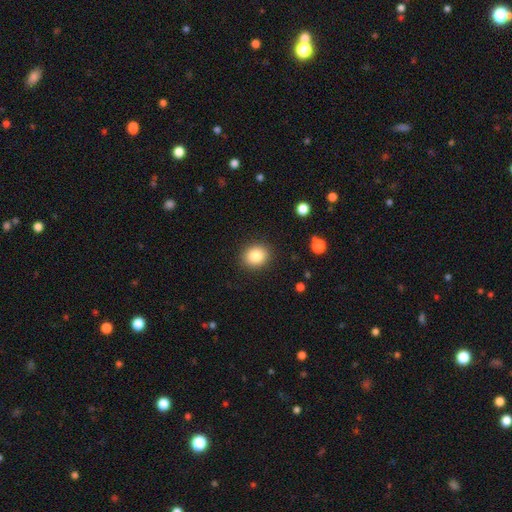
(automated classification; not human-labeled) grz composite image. It shows a smooth galaxy with no disk features (85%) that is round (66%). Merging: none (89%).